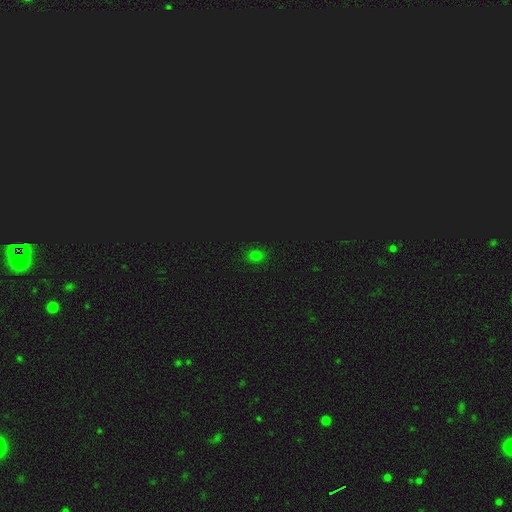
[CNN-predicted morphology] Smooth or featured: smooth — 71% (star or artifact — 25%)
How rounded: in between — 50% (round — 49%)
Merging: none — 87% (minor disturbance — 9%)